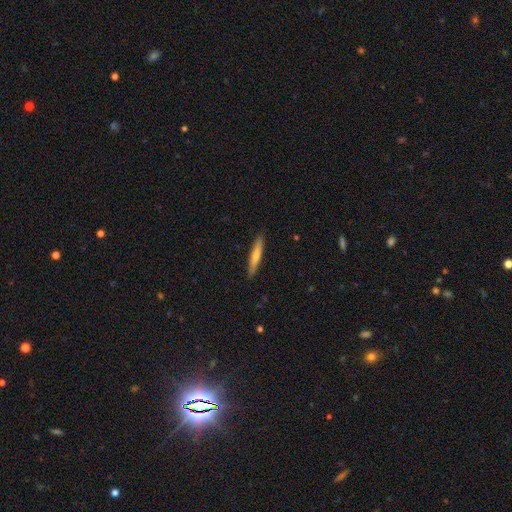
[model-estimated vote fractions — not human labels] This appears to be a smooth galaxy with no disk features (52%) that is cigar-shaped (93%). Merging: none (91%).